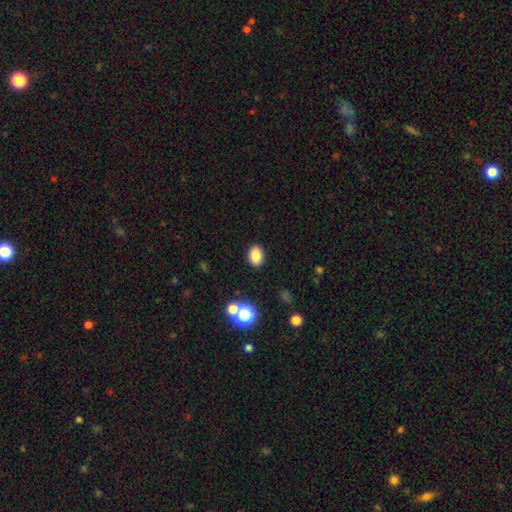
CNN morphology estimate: This is clearly a smooth galaxy (84%). How rounded: likely in between (67%). Merging: clearly none (88%).